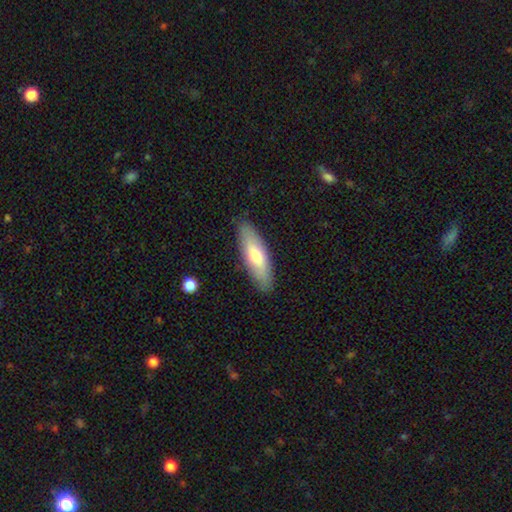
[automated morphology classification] smooth_or_featured: smooth (p=0.66) [alt: featured or disk p=0.29]
how_rounded: in between (p=0.52) [alt: cigar-shaped p=0.46]
merging: none (p=0.87) [alt: minor disturbance p=0.10]